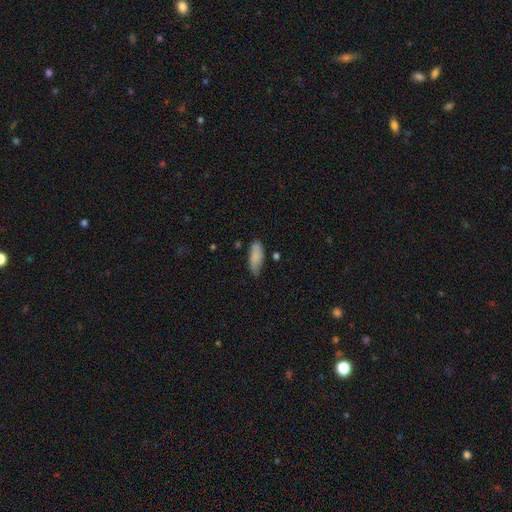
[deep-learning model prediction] Smooth or featured?
  - smooth: 85% *
  - featured or disk: 9%
  - star or artifact: 6%
How rounded?
  - in between: 71% *
  - cigar-shaped: 27%
  - round: 2%
Merging?
  - none: 68% *
  - minor disturbance: 25%
  - major disturbance: 4%
  - merger: 3%